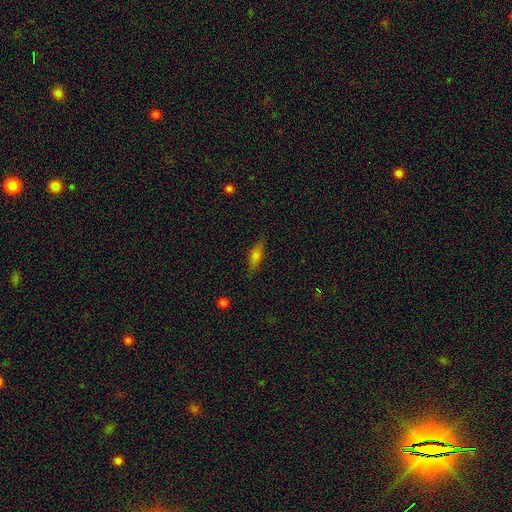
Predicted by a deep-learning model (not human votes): A smooth galaxy with no disk features (69%) that is in between round and cigar-shaped (55%).

Vote fractions:
- Smooth or featured? smooth: 69% / featured or disk: 21% / star or artifact: 10%
- How rounded? in between: 55% / cigar-shaped: 41% / round: 3%
- Merging? none: 83% / minor disturbance: 13% / major disturbance: 3% / merger: 1%